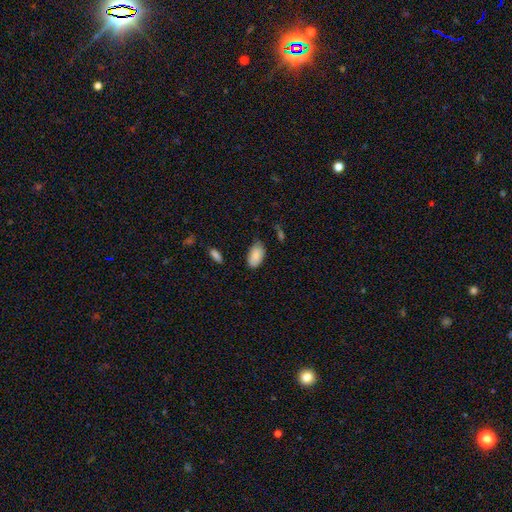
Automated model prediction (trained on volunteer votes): The model was most divided on "merging": none: 74%, minor disturbance: 20%, major disturbance: 4%, merger: 2%. More confident: how rounded — in between (95%); smooth or featured — smooth (86%).